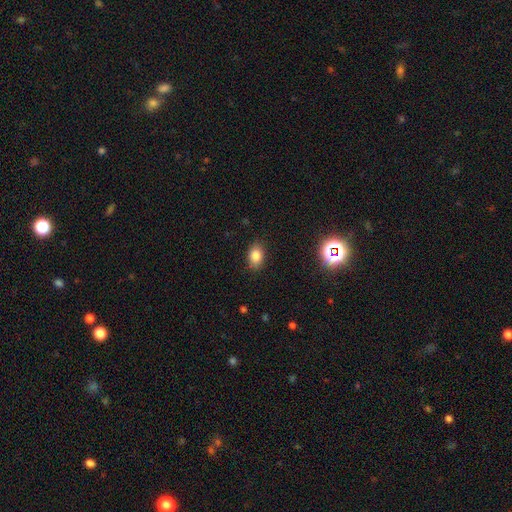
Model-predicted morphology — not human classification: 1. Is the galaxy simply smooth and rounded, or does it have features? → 82% smooth, 12% star or artifact, 6% featured or disk.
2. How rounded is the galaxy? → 79% in between, 20% round, 1% cigar-shaped.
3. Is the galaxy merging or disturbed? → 86% none, 10% minor disturbance, 3% major disturbance, 1% merger.